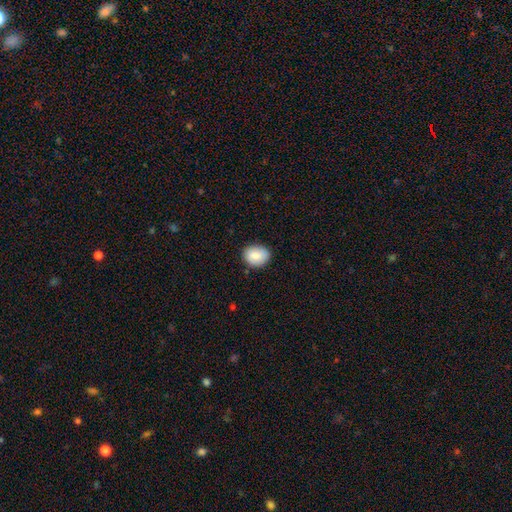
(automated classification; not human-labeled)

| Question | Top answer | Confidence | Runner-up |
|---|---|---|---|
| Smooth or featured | smooth | 86% | featured or disk (7%) |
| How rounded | in between | 60% | round (40%) |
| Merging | none | 84% | minor disturbance (12%) |